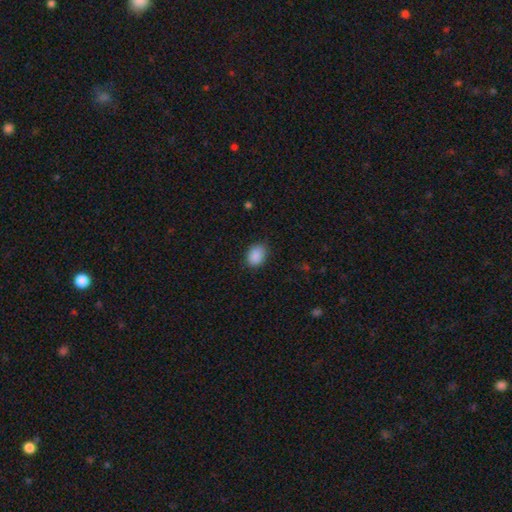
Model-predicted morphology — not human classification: smooth-or-featured: smooth: 89% | star or artifact: 8% | featured or disk: 3%
  how-rounded: in between: 75% | round: 24% | cigar-shaped: 1%
  merging: none: 82% | minor disturbance: 14% | major disturbance: 3% | merger: 1%